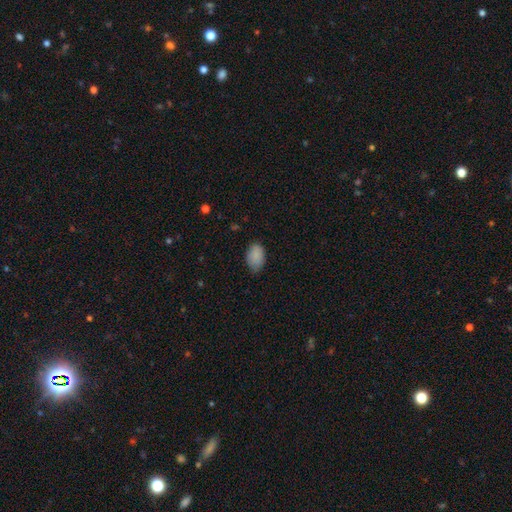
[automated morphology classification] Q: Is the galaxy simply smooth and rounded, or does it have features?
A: smooth — 88%.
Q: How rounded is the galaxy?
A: in between — 88%.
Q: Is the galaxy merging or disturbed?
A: none — 73%.